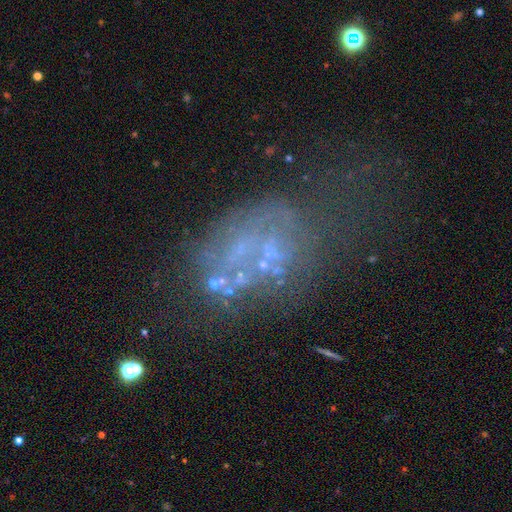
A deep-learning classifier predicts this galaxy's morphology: Smooth or featured? Predicted: featured or disk (p=0.58). Edge-on disk? Predicted: no (p=0.97). Bar? Predicted: no (p=0.93). Spiral arms? Predicted: no (p=0.93). Bulge size? Predicted: none (p=0.81). Merging? Predicted: major disturbance (p=0.34).